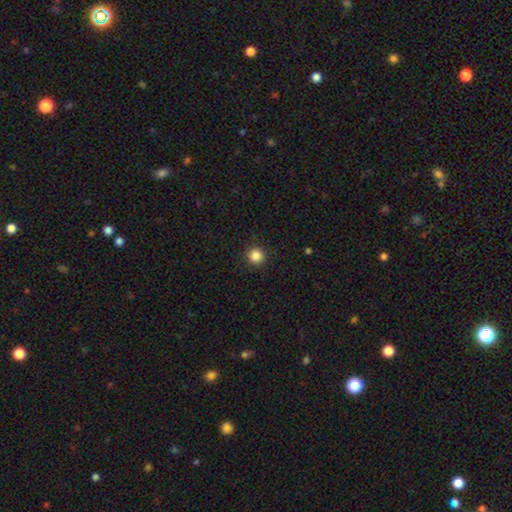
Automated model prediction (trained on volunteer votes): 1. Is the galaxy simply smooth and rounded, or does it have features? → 86% smooth, 11% star or artifact, 3% featured or disk.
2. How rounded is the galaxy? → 95% round, 4% in between, 1% cigar-shaped.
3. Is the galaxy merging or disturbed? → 92% none, 5% minor disturbance, 2% major disturbance, 1% merger.